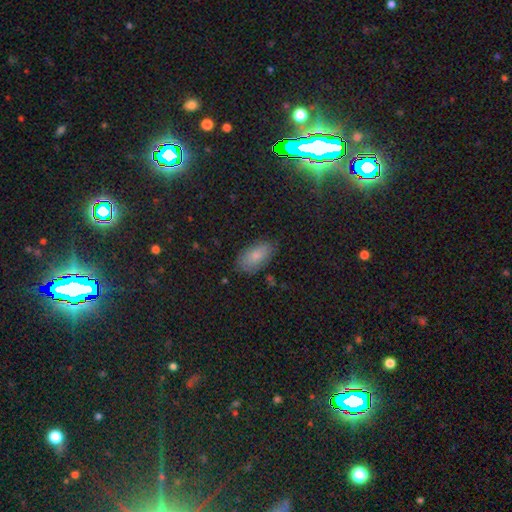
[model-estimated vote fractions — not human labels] The model was most divided on "smooth or featured": smooth: 76%, star or artifact: 13%, featured or disk: 11%. More confident: how rounded — in between (93%); merging — none (80%).